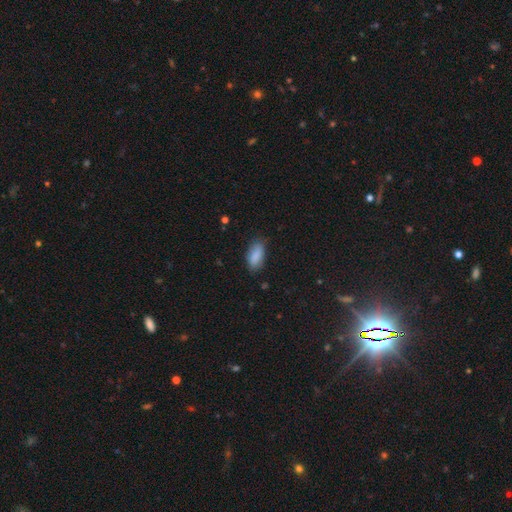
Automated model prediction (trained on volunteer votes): This appears to be a smooth galaxy with no disk features (88%) that is in between round and cigar-shaped (87%). Merging: none (81%).